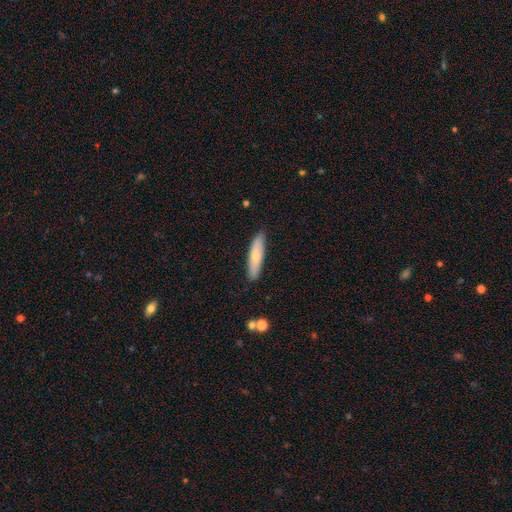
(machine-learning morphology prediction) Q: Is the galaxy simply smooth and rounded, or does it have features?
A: smooth — 73%.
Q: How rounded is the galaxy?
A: cigar-shaped — 76%.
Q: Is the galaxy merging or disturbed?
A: none — 88%.